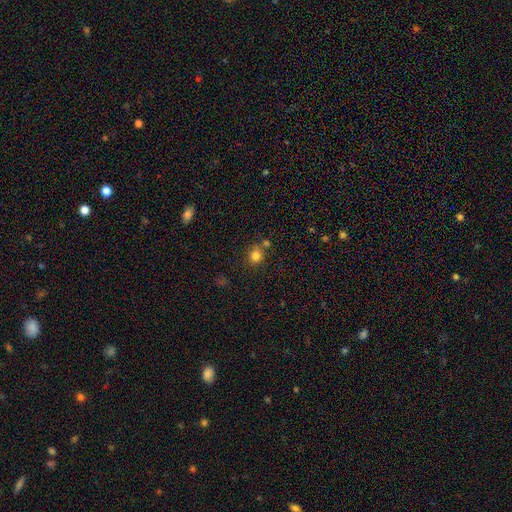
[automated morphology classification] Smooth or featured? smooth (82%)
How rounded? round (82%)
Merging? none (70%)